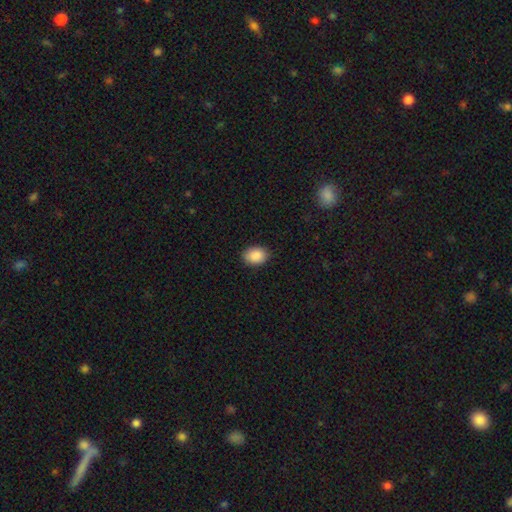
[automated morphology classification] smooth-or-featured: smooth: 90% | star or artifact: 7% | featured or disk: 3%
  how-rounded: in between: 77% | round: 22% | cigar-shaped: 1%
  merging: none: 87% | minor disturbance: 10% | major disturbance: 2% | merger: 1%